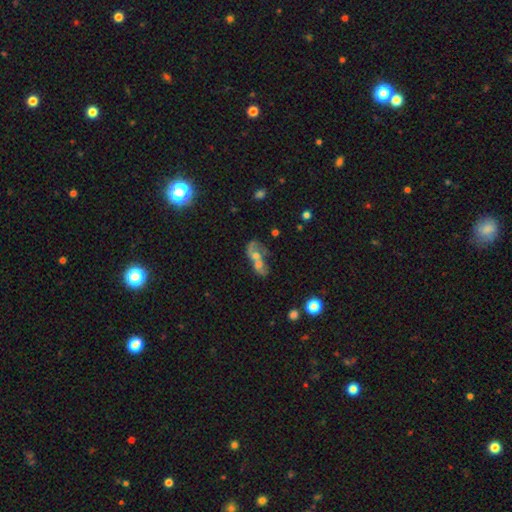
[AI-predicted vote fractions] A featured or disk galaxy (47%).

Vote fractions:
- Smooth or featured? featured or disk: 47% / smooth: 37% / star or artifact: 15%
- Merging? merger: 66% / none: 15% / major disturbance: 12% / minor disturbance: 7%